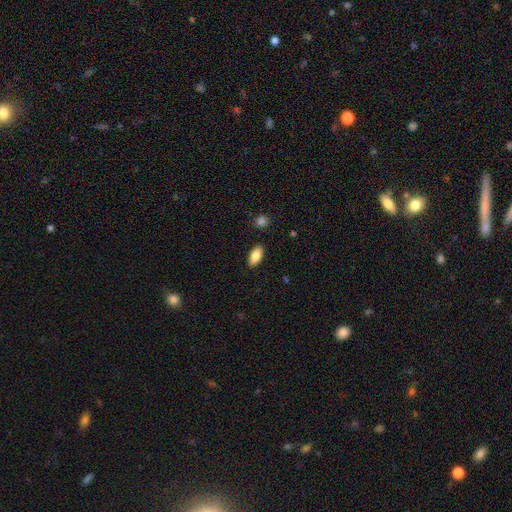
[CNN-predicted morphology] smooth 83%, featured or disk 10%, star or artifact 7%. Down the decision tree: how rounded — in between (89%); merging — none (89%).